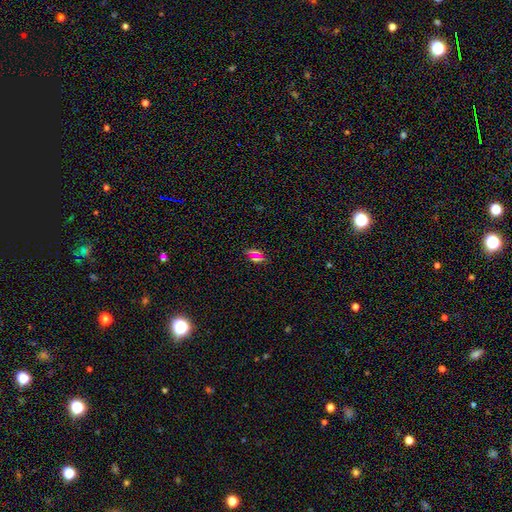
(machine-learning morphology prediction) The model was most divided on "smooth or featured": smooth: 53%, star or artifact: 37%, featured or disk: 11%. More confident: how rounded — in between (74%); merging — none (73%).